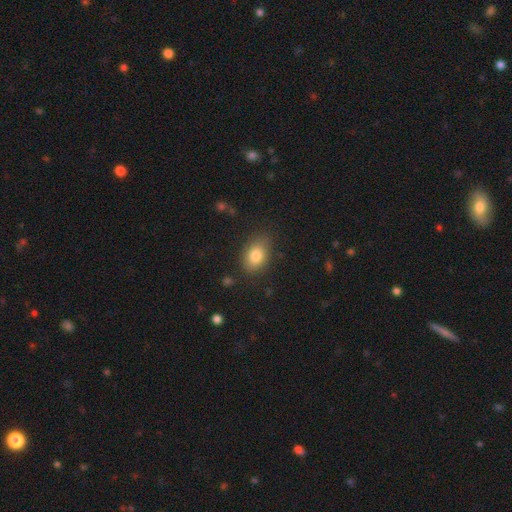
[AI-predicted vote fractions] Overall: smooth (82%). How rounded: in between (83%). Merging: none (81%).